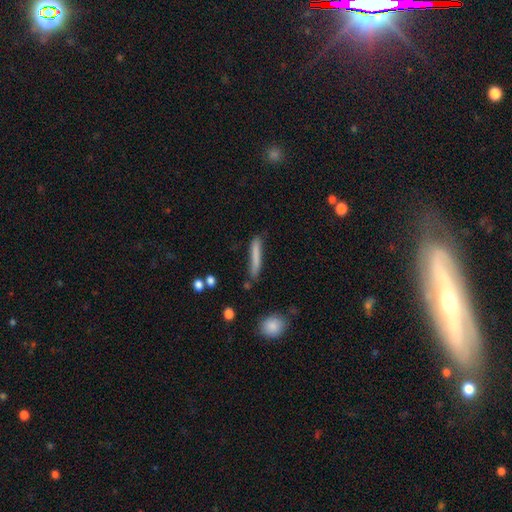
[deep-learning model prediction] Smooth or featured? smooth (74%)
How rounded? cigar-shaped (94%)
Merging? none (75%)